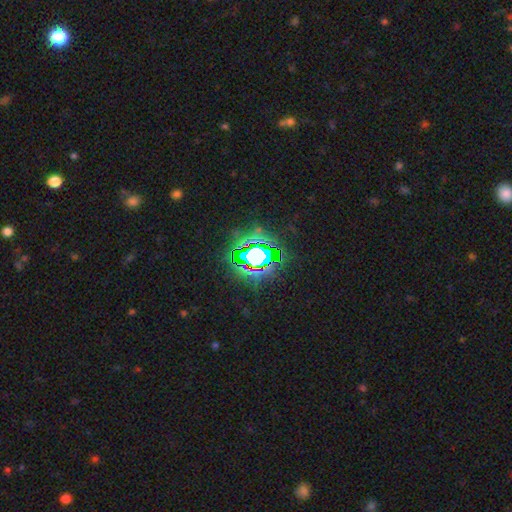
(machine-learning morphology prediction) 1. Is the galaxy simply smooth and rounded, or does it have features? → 75% star or artifact, 13% smooth, 11% featured or disk.